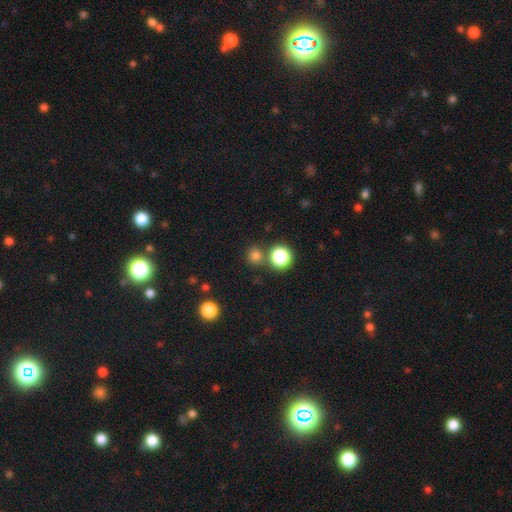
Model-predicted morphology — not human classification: A smooth galaxy with no disk features (76%) that is round (91%). Merging: none (75%).